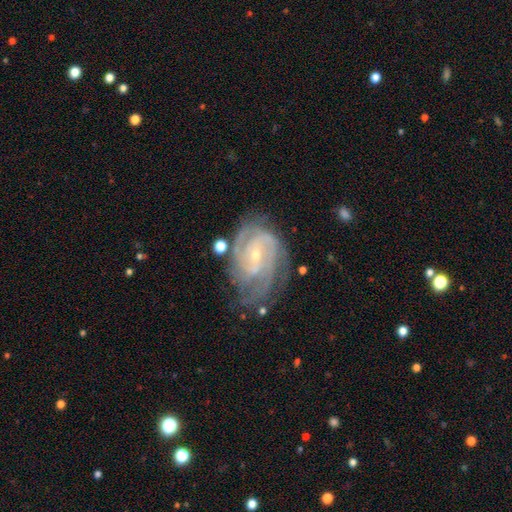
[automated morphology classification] Smooth or featured? featured or disk (86%)
Edge-on disk? no (97%)
Bar? weak (44%)
Spiral arms? yes (97%)
Spiral winding? tight (65%)
Spiral arm count? 2 (28%)
Bulge size? small (72%)
Merging? none (69%)